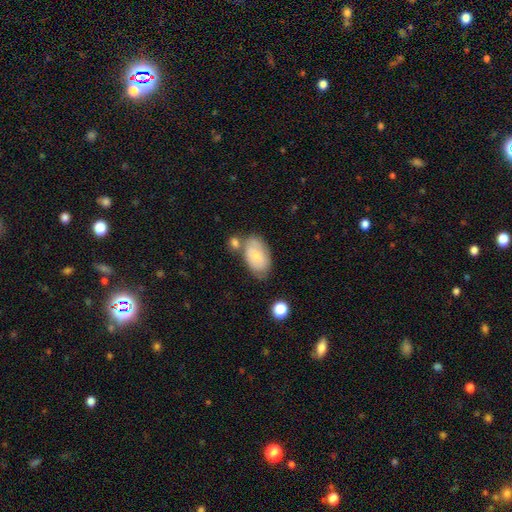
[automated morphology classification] Smooth or featured?
  - smooth: 74% *
  - featured or disk: 19%
  - star or artifact: 7%
How rounded?
  - in between: 93% *
  - round: 6%
  - cigar-shaped: 1%
Merging?
  - none: 53% *
  - minor disturbance: 22%
  - merger: 18%
  - major disturbance: 7%